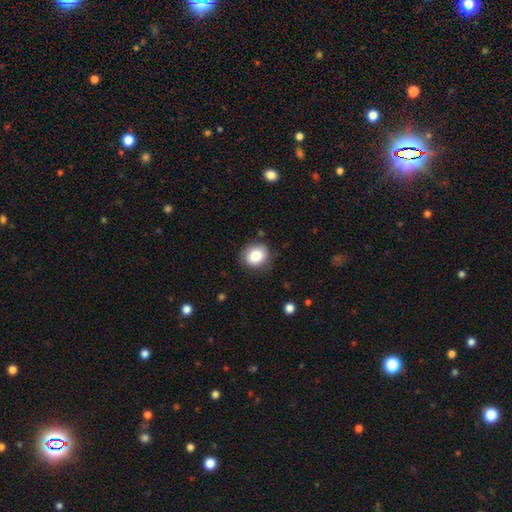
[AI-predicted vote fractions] This appears to be a smooth galaxy with no disk features (82%) that is round (75%). Merging: none (82%).